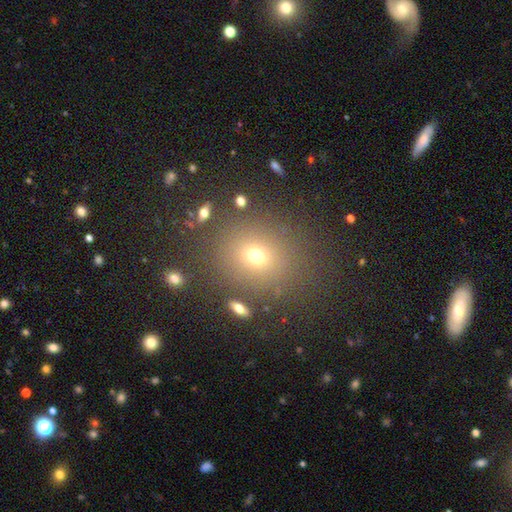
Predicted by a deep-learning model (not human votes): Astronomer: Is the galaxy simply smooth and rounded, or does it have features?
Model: smooth — 67%.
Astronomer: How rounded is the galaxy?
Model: round — 66%.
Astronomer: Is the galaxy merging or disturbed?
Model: none — 82%.